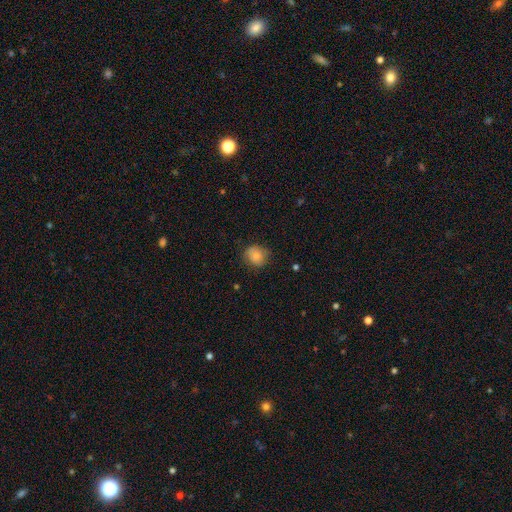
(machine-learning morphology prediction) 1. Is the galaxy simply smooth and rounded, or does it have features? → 77% smooth, 15% featured or disk, 9% star or artifact.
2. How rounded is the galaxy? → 79% round, 20% in between, 1% cigar-shaped.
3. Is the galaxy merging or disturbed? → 72% none, 21% minor disturbance, 6% major disturbance, 1% merger.